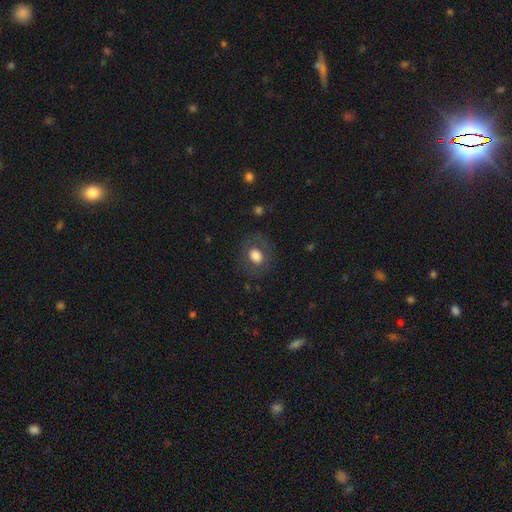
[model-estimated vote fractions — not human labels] Smooth or featured?
  - smooth: 69% *
  - featured or disk: 22%
  - star or artifact: 9%
How rounded?
  - round: 50% *
  - in between: 49%
  - cigar-shaped: 1%
Merging?
  - none: 78% *
  - minor disturbance: 13%
  - major disturbance: 8%
  - merger: 1%